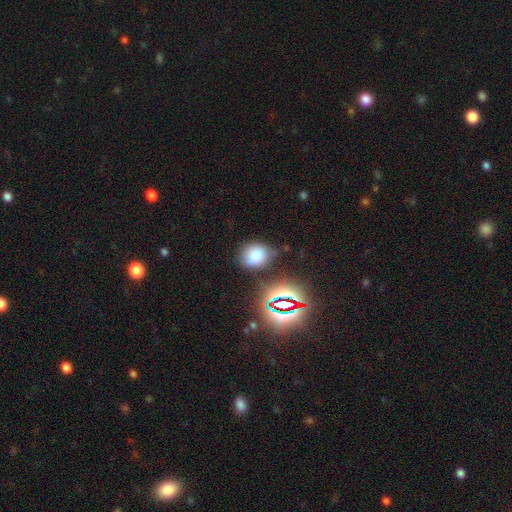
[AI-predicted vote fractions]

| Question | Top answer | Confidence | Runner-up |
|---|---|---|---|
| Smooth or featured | smooth | 74% | star or artifact (17%) |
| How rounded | round | 57% | in between (41%) |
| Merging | none | 68% | minor disturbance (21%) |